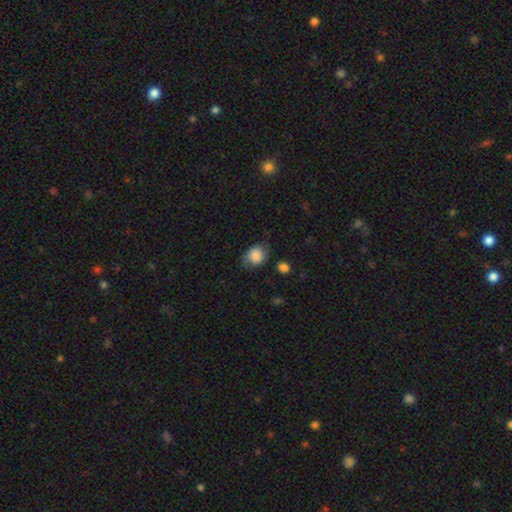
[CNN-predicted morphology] smooth 77%, featured or disk 15%, star or artifact 8%. Down the decision tree: how rounded — in between (51%); merging — none (59%).